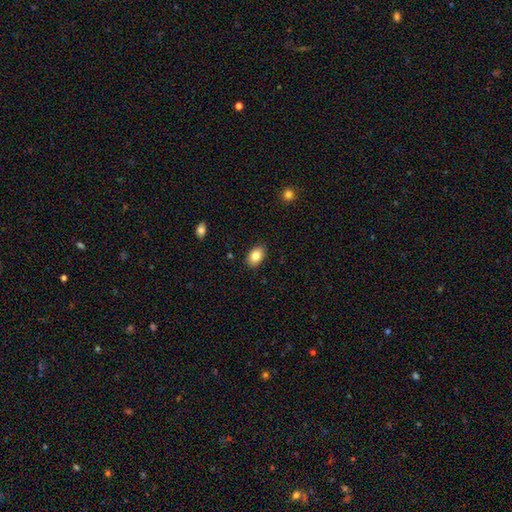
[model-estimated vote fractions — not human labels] A smooth galaxy with no disk features (83%) that is in between round and cigar-shaped (86%).

Vote fractions:
- Smooth or featured? smooth: 83% / featured or disk: 9% / star or artifact: 8%
- How rounded? in between: 86% / round: 13% / cigar-shaped: 1%
- Merging? none: 88% / minor disturbance: 9% / major disturbance: 2% / merger: 1%